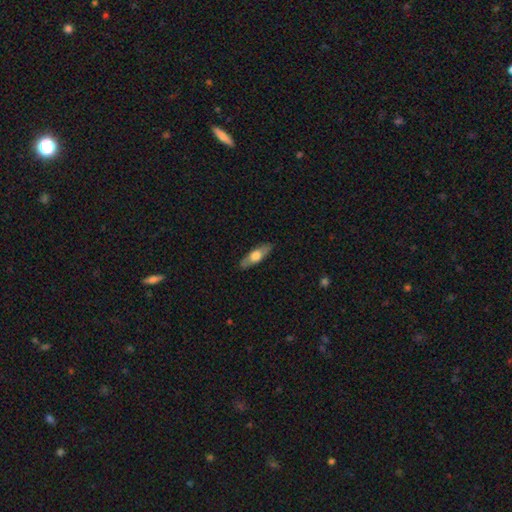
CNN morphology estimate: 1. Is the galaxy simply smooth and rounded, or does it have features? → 56% smooth, 38% featured or disk, 6% star or artifact.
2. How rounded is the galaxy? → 49% in between, 48% cigar-shaped, 3% round.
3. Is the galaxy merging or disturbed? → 87% none, 10% minor disturbance, 2% major disturbance, 1% merger.